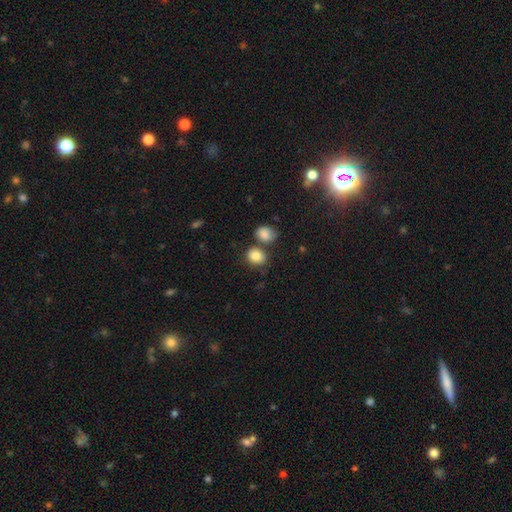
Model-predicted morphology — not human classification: type=smooth (86%); roundness=round (53%); merging=none (59%).